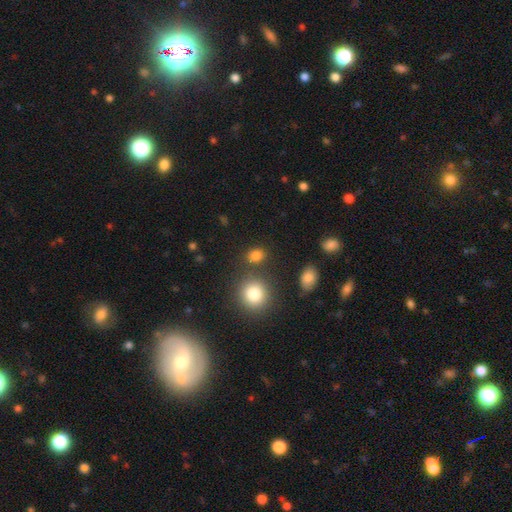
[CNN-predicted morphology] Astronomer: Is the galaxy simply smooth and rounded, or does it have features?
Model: smooth — 82%.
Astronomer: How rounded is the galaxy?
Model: round — 54% (runner-up: in between, 44%).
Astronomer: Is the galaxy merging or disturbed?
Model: none — 77%.